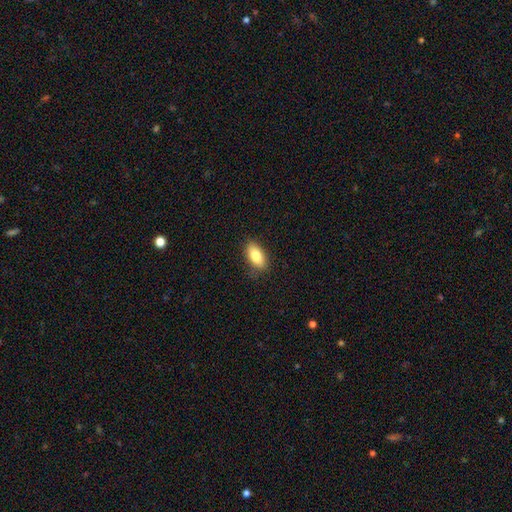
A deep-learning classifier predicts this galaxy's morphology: This is clearly a smooth galaxy (81%). How rounded: clearly in between (89%). Merging: clearly none (85%).